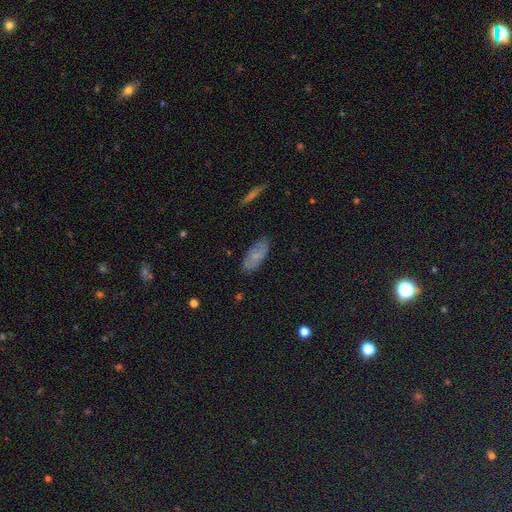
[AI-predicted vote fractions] Smooth or featured? smooth (64%)
How rounded? in between (84%)
Merging? none (82%)